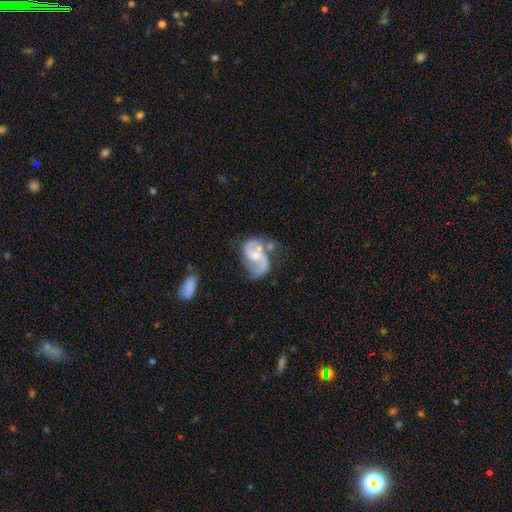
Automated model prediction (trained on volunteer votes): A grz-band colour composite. It shows a featured or disk galaxy (83%) with no bar (51%), 2 (88%) medium (50%) spiral arms (95%) and a moderate central bulge (47%). Merging: none (45%).